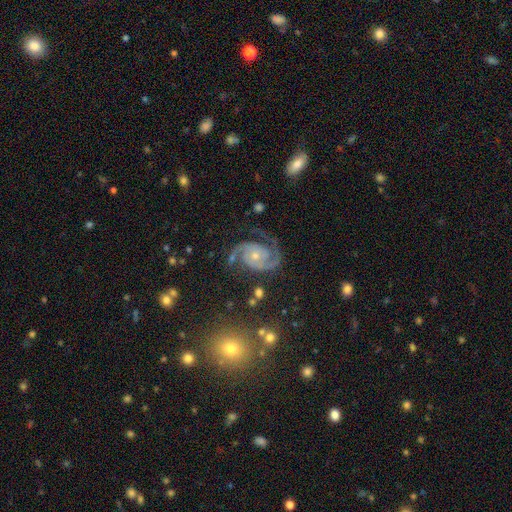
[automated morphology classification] The model was most divided on "spiral winding": medium: 53%, tight: 36%, loose: 12%. More confident: spiral arms — yes (98%); edge-on disk — no (98%); spiral arm count — 2 (93%); smooth or featured — featured or disk (92%); merging — none (76%); bar — no (75%); bulge size — small (57%).